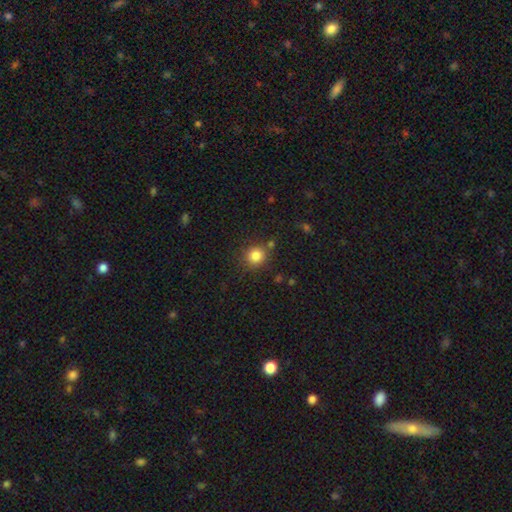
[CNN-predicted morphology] Smooth or featured?
  - smooth: 83% *
  - star or artifact: 12%
  - featured or disk: 5%
How rounded?
  - round: 87% *
  - in between: 12%
  - cigar-shaped: 1%
Merging?
  - none: 80% *
  - minor disturbance: 10%
  - merger: 6%
  - major disturbance: 3%